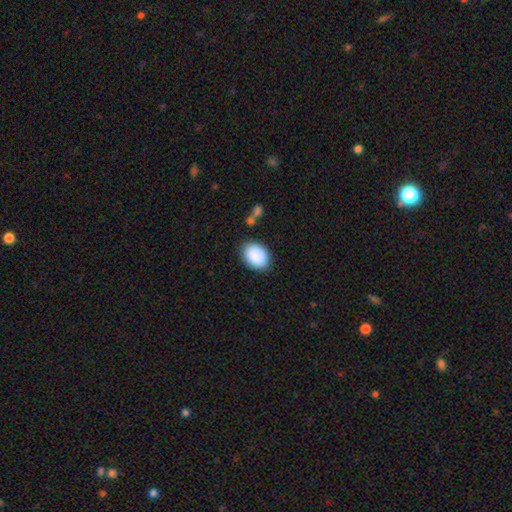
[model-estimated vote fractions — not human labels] Overall: smooth (89%). How rounded: in between (79%). Merging: none (82%).